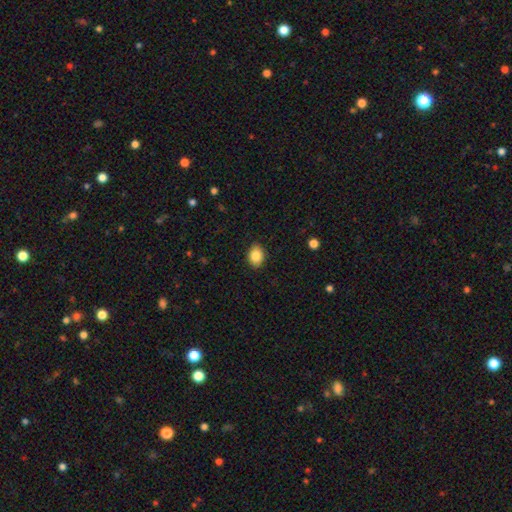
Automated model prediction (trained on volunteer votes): Smooth or featured? smooth (86%)
How rounded? in between (75%)
Merging? none (87%)